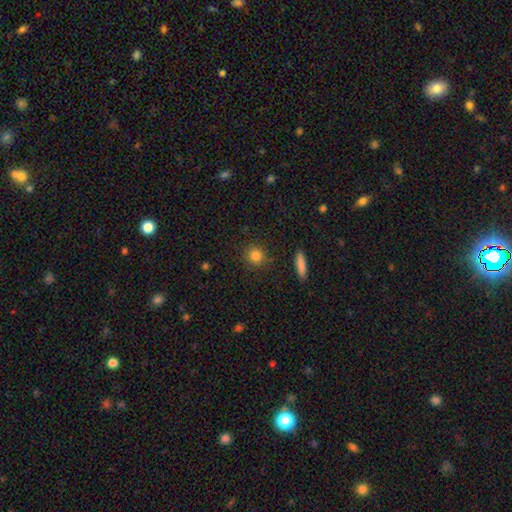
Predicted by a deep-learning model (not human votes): A smooth galaxy with no disk features (83%) that is round (88%).

Vote fractions:
- Smooth or featured? smooth: 83% / star or artifact: 11% / featured or disk: 6%
- How rounded? round: 88% / in between: 10% / cigar-shaped: 2%
- Merging? none: 88% / minor disturbance: 7% / major disturbance: 2% / merger: 2%